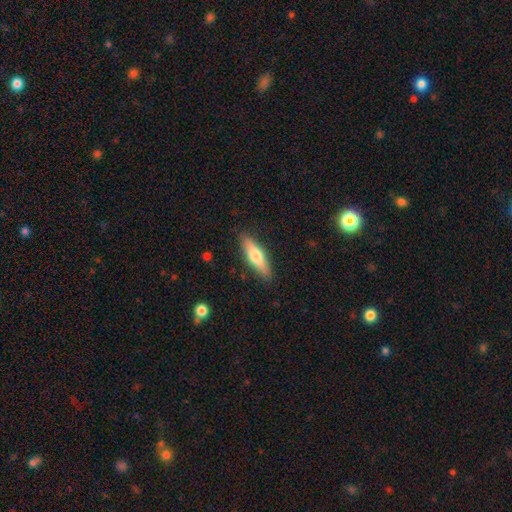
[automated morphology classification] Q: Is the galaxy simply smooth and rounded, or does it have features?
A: smooth — 61%.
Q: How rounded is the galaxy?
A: cigar-shaped — 63%.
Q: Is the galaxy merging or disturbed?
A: none — 88%.